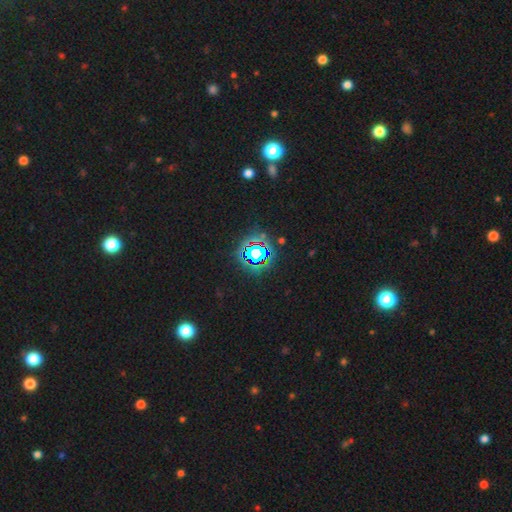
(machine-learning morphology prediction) A star or artifact, not a galaxy (74%).